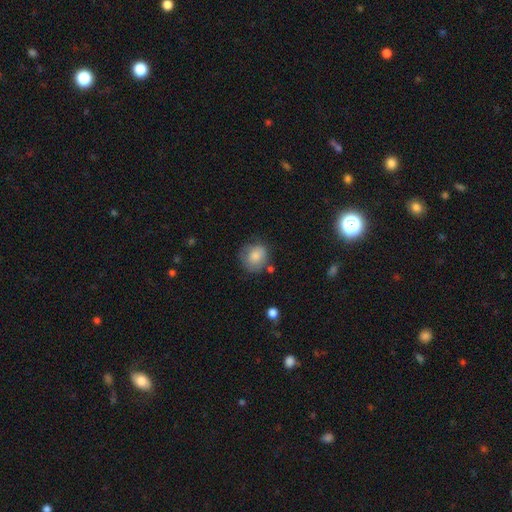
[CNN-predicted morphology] Smooth or featured?
  - smooth: 80% *
  - featured or disk: 12%
  - star or artifact: 8%
How rounded?
  - round: 79% *
  - in between: 20%
  - cigar-shaped: 1%
Merging?
  - none: 62% *
  - minor disturbance: 25%
  - major disturbance: 8%
  - merger: 5%